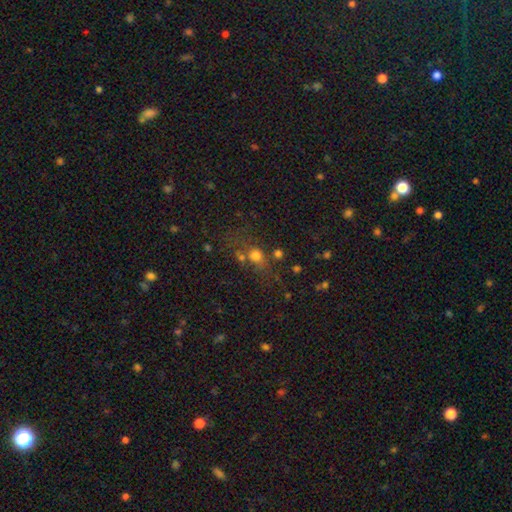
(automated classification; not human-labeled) This appears to be a smooth galaxy with no disk features (67%) that is round (65%). Merging: none (51%).